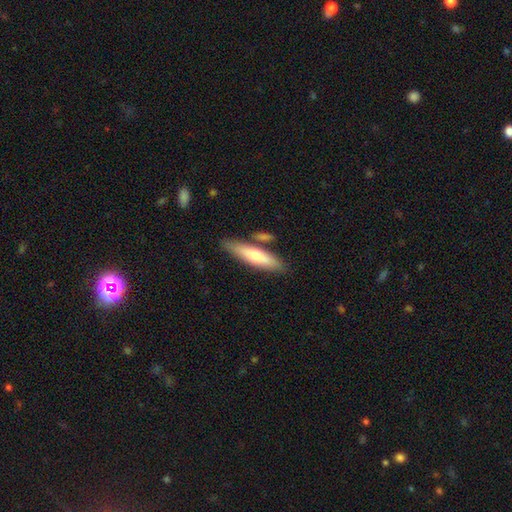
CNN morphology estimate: Smooth or featured: smooth — 63% (featured or disk — 31%)
How rounded: cigar-shaped — 73% (in between — 25%)
Merging: none — 73% (minor disturbance — 12%)